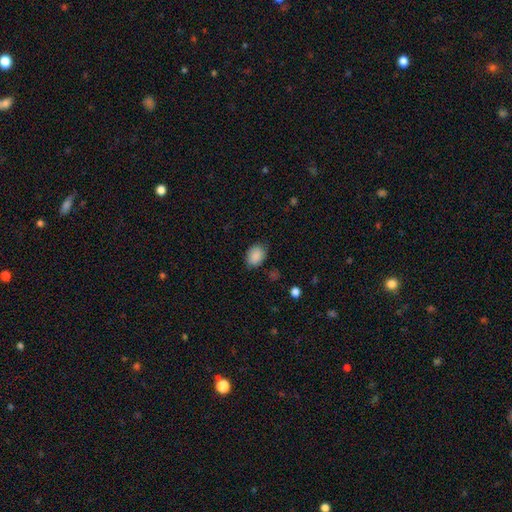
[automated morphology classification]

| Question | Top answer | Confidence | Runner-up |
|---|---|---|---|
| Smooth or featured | smooth | 88% | star or artifact (7%) |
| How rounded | in between | 71% | round (28%) |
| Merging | none | 78% | minor disturbance (17%) |